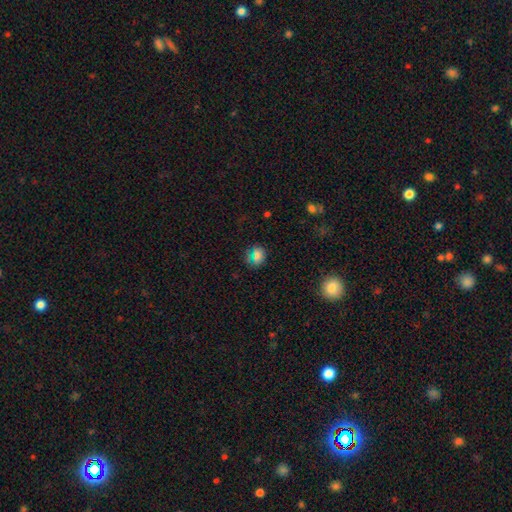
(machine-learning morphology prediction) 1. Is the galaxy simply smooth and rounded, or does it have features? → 66% smooth, 27% star or artifact, 7% featured or disk.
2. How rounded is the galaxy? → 65% round, 33% in between, 2% cigar-shaped.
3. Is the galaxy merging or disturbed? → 81% none, 12% minor disturbance, 4% major disturbance, 3% merger.